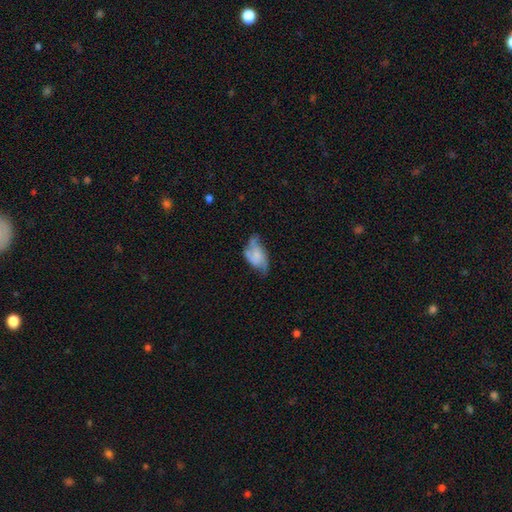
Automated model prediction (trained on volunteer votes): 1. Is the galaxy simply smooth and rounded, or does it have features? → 50% featured or disk, 41% smooth, 9% star or artifact.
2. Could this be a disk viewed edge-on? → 95% no, 5% yes.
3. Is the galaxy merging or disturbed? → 37% none, 33% minor disturbance, 25% major disturbance, 5% merger.